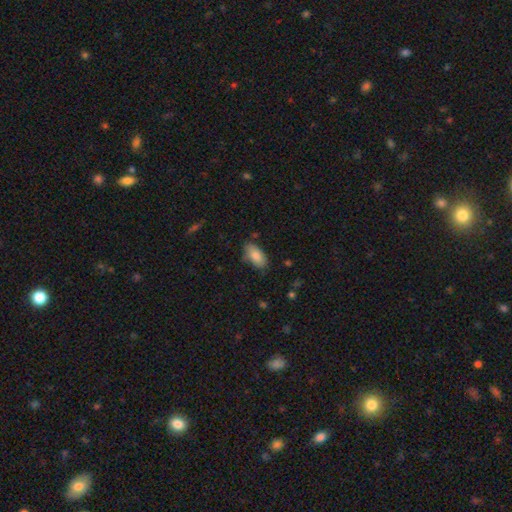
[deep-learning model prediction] This appears to be a smooth galaxy with no disk features (84%) that is in between round and cigar-shaped (93%). Merging: none (74%).